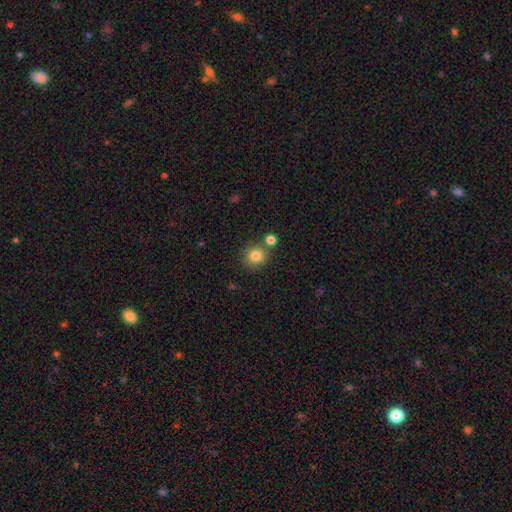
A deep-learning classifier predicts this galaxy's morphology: Q: Smooth or featured?
A: smooth (82%); runner-up: star or artifact (12%)
Q: How rounded?
A: round (88%); runner-up: in between (11%)
Q: Merging?
A: none (74%); runner-up: merger (15%)